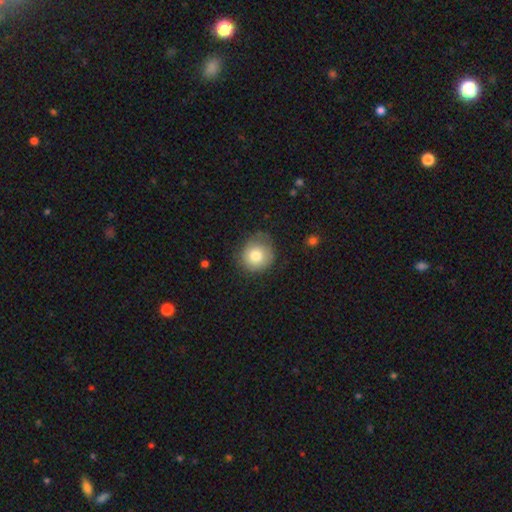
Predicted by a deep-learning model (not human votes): smooth_or_featured: smooth (p=0.79) [alt: featured or disk p=0.13]
how_rounded: round (p=0.86) [alt: in between p=0.13]
merging: none (p=0.69) [alt: minor disturbance p=0.23]